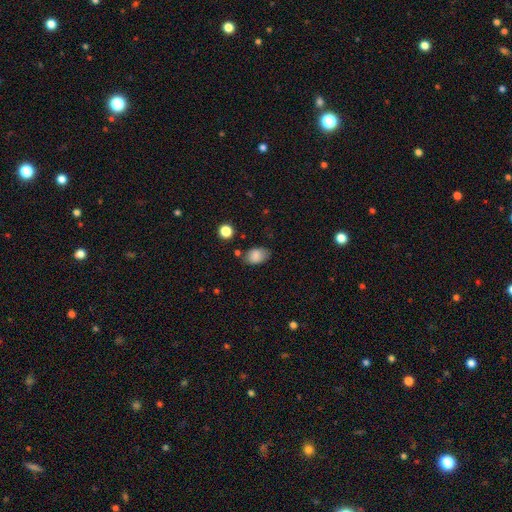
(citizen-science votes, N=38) Smooth or featured? 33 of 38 (87%) said smooth. How rounded? 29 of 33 (88%) said in between. Merging? 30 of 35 (86%) said none.